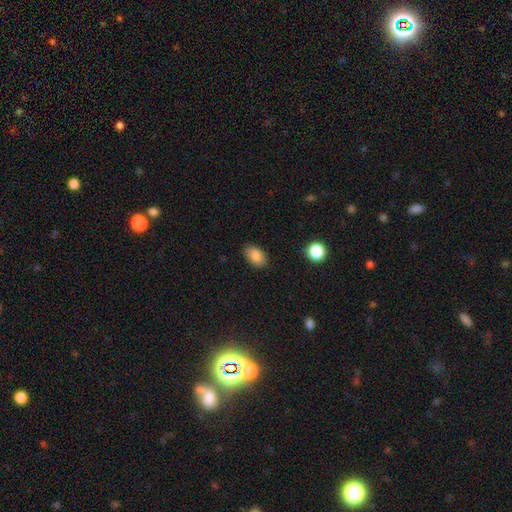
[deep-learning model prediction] A smooth galaxy with no disk features (86%) that is in between round and cigar-shaped (89%).

Vote fractions:
- Smooth or featured? smooth: 86% / star or artifact: 8% / featured or disk: 6%
- How rounded? in between: 89% / round: 9% / cigar-shaped: 1%
- Merging? none: 86% / minor disturbance: 10% / major disturbance: 2% / merger: 1%